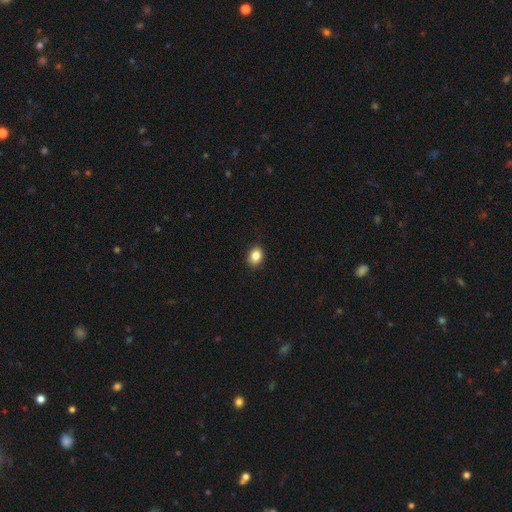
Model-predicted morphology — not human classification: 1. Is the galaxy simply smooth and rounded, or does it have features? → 85% smooth, 10% star or artifact, 5% featured or disk.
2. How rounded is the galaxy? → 55% in between, 44% round, 1% cigar-shaped.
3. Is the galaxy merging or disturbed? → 88% none, 9% minor disturbance, 2% major disturbance, 1% merger.